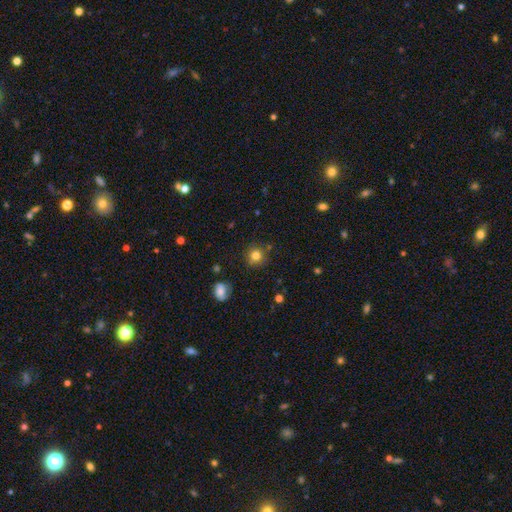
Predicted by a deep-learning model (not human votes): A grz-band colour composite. It shows a smooth galaxy with no disk features (81%) that is round (92%). Merging: none (84%).